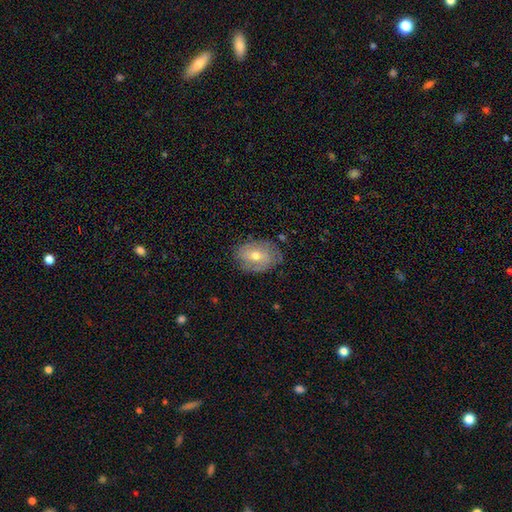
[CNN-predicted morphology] Q: Smooth or featured?
A: featured or disk (51%); runner-up: smooth (41%)
Q: Edge-on disk?
A: no (93%); runner-up: yes (7%)
Q: Merging?
A: none (73%); runner-up: minor disturbance (20%)